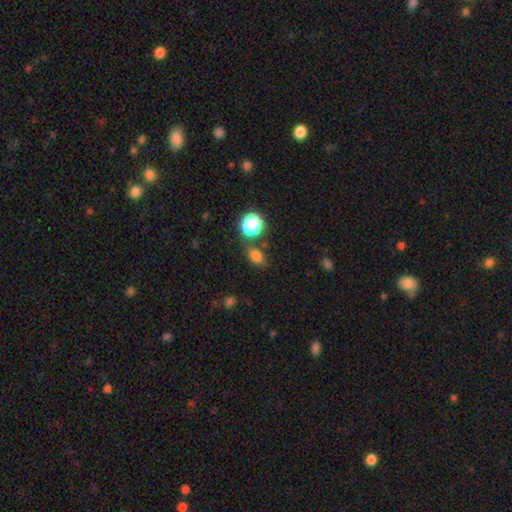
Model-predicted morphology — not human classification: type=smooth (76%); roundness=in between (64%); merging=none (70%).